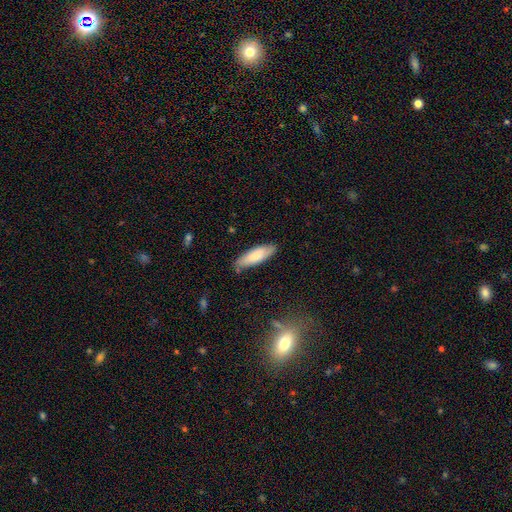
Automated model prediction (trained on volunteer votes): The model was most divided on "how rounded": in between: 51%, cigar-shaped: 47%, round: 1%. More confident: merging — none (83%); smooth or featured — smooth (80%).